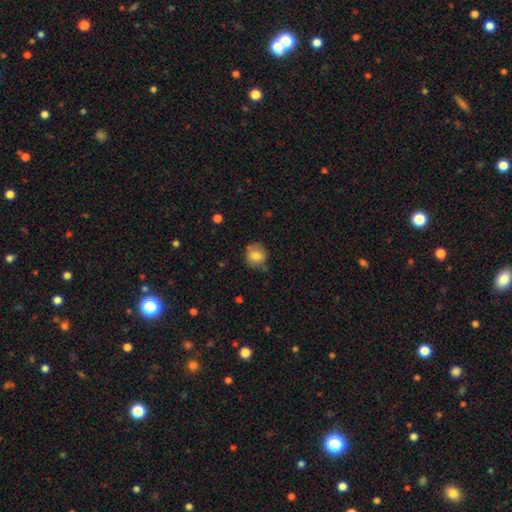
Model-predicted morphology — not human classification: smooth-or-featured: smooth: 77% | featured or disk: 14% | star or artifact: 9%
  how-rounded: round: 76% | in between: 23% | cigar-shaped: 1%
  merging: none: 65% | minor disturbance: 25% | major disturbance: 7% | merger: 3%